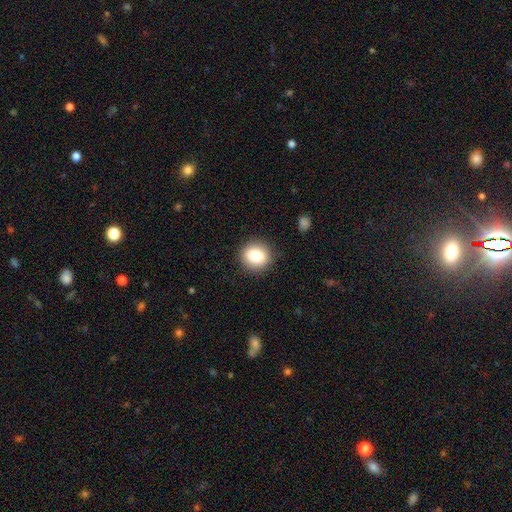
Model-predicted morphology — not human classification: smooth_or_featured: smooth (p=0.82) [alt: star or artifact p=0.10]
how_rounded: round (p=0.84) [alt: in between p=0.15]
merging: none (p=0.90) [alt: minor disturbance p=0.07]